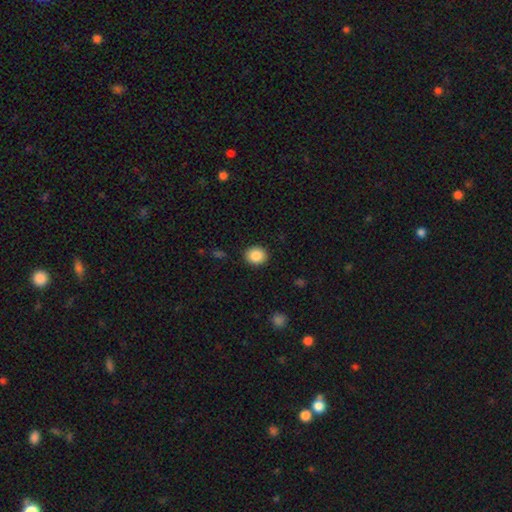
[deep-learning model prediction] Smooth or featured?
  - smooth: 87% *
  - star or artifact: 8%
  - featured or disk: 4%
How rounded?
  - round: 72% *
  - in between: 28%
  - cigar-shaped: 1%
Merging?
  - none: 90% *
  - minor disturbance: 7%
  - major disturbance: 2%
  - merger: 1%